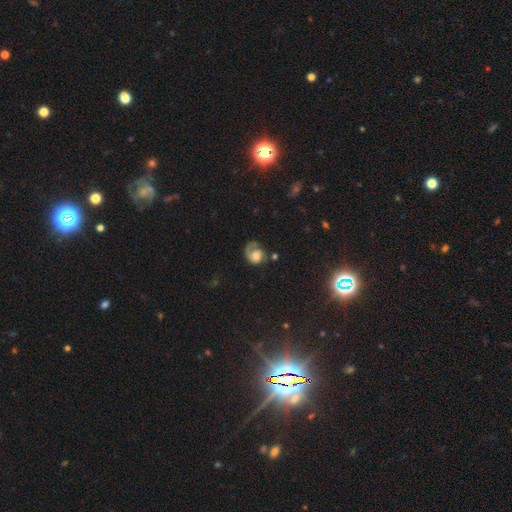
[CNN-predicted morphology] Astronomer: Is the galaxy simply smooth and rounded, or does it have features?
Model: smooth — 48% (runner-up: featured or disk, 42%).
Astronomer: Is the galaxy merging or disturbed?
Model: none — 39% (runner-up: major disturbance, 31%).